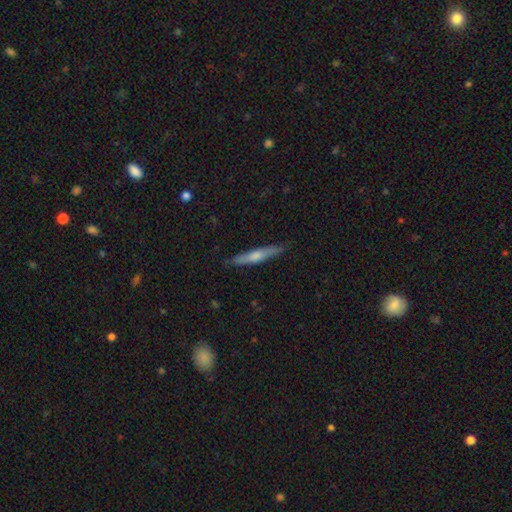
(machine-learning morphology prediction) Q: Smooth or featured?
A: smooth (54%); runner-up: featured or disk (41%)
Q: How rounded?
A: cigar-shaped (92%); runner-up: in between (6%)
Q: Merging?
A: none (86%); runner-up: minor disturbance (11%)